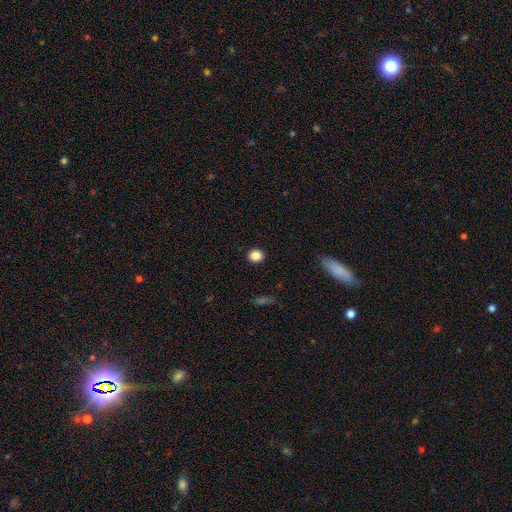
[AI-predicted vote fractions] Smooth or featured? Predicted: smooth (p=0.86). How rounded? Predicted: round (p=0.78). Merging? Predicted: none (p=0.91).